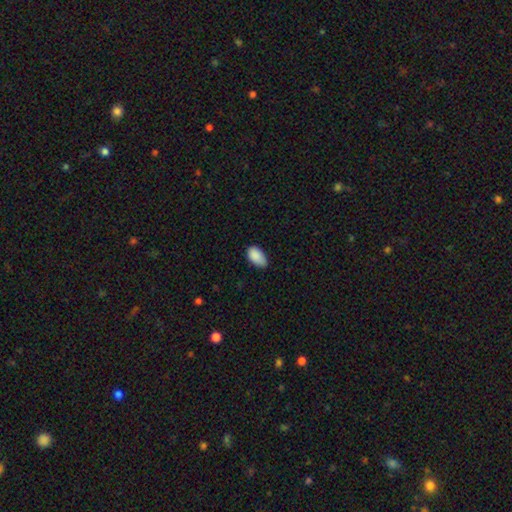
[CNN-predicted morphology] type=smooth (89%); roundness=in between (94%); merging=none (67%).